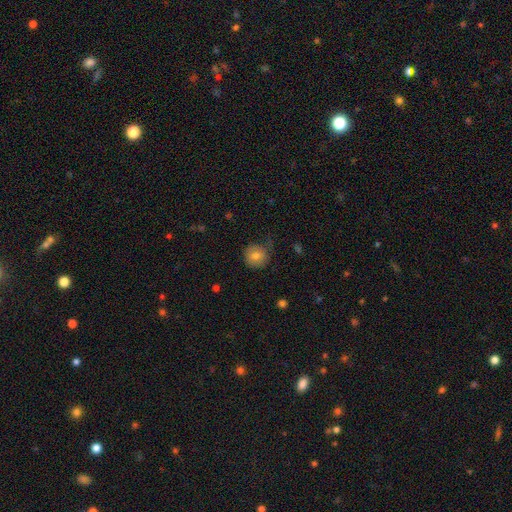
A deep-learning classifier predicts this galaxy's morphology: smooth_or_featured: smooth (p=0.78) [alt: featured or disk p=0.14]
how_rounded: round (p=0.89) [alt: in between p=0.10]
merging: none (p=0.64) [alt: minor disturbance p=0.24]